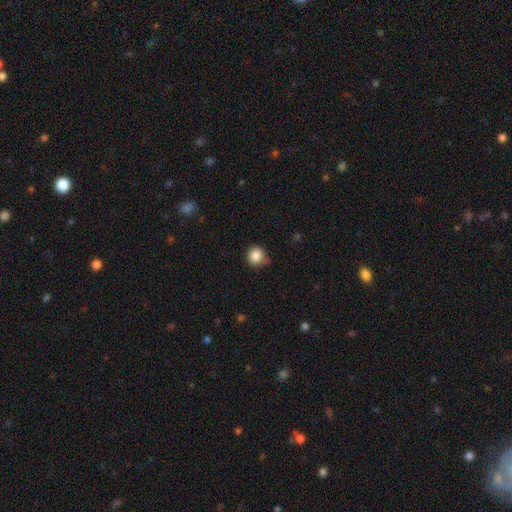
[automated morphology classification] smooth_or_featured: smooth (p=0.85) [alt: star or artifact p=0.10]
how_rounded: round (p=0.88) [alt: in between p=0.11]
merging: none (p=0.65) [alt: minor disturbance p=0.27]